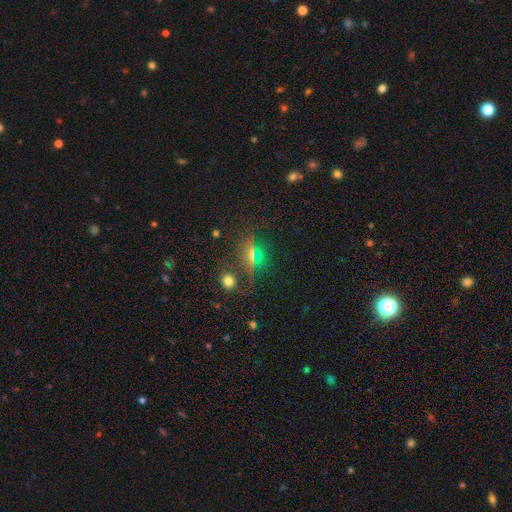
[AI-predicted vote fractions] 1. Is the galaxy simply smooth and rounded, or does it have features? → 43% star or artifact, 37% smooth, 20% featured or disk.